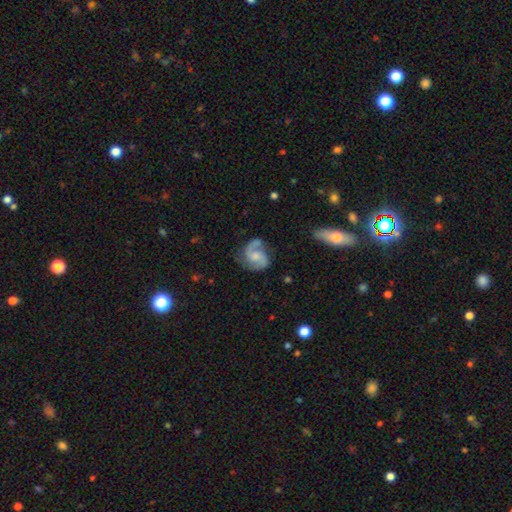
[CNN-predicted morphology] The model was most divided on "bulge size": moderate: 37%, small: 33%, none: 22%, large: 7%, dominant: 1%. More confident: edge-on disk — no (98%); spiral arms — yes (97%); spiral arm count — 2 (89%); smooth or featured — featured or disk (83%); merging — none (68%); spiral winding — medium (55%); bar — no (55%).